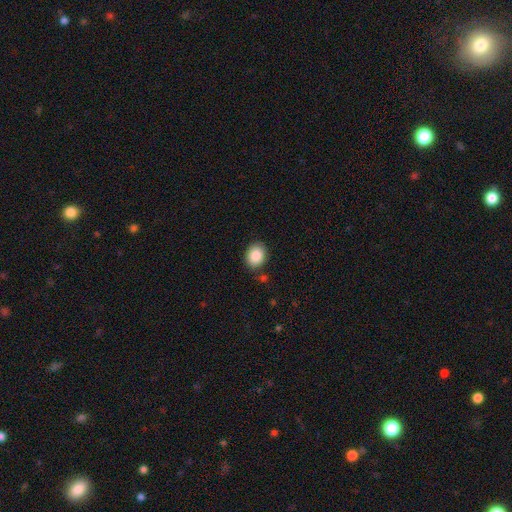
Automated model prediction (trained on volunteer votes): A smooth galaxy with no disk features (88%) that is in between round and cigar-shaped (52%). Merging: none (83%).